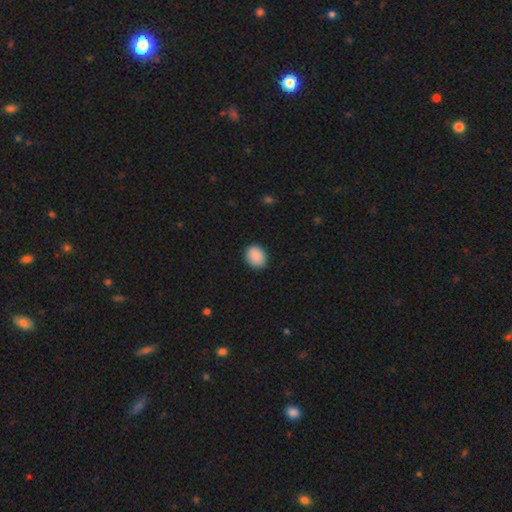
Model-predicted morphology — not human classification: Smooth or featured? Predicted: smooth (p=0.90). How rounded? Predicted: round (p=0.56). Merging? Predicted: none (p=0.86).